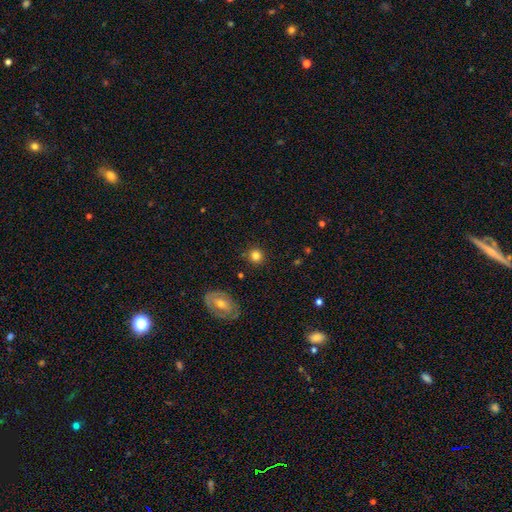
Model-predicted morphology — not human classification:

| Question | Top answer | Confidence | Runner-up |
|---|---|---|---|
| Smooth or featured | smooth | 81% | star or artifact (12%) |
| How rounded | round | 91% | in between (8%) |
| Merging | none | 87% | minor disturbance (8%) |